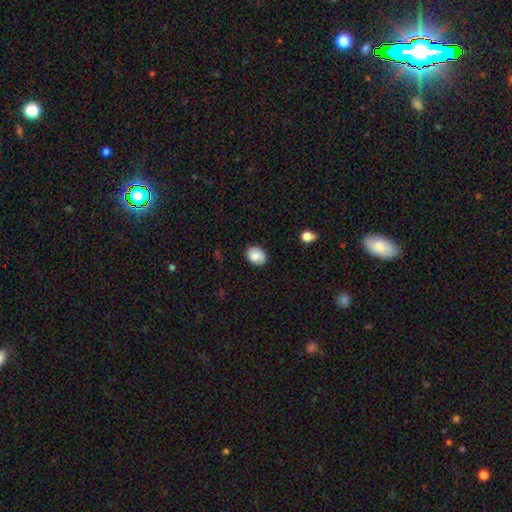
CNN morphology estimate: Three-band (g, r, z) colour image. It shows a smooth galaxy with no disk features (85%) that is in between round and cigar-shaped (60%). Merging: none (83%).